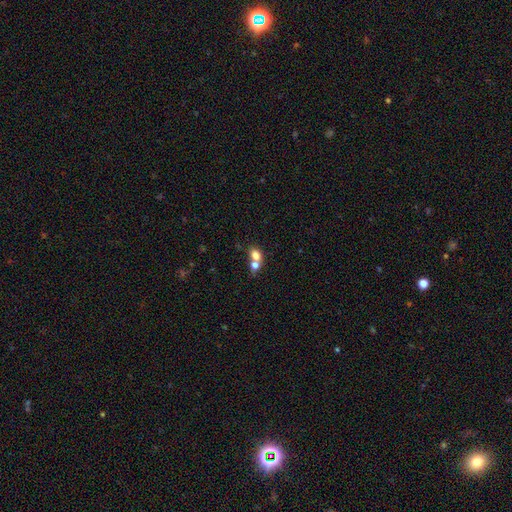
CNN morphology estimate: Smooth or featured? smooth (74%)
How rounded? in between (55%)
Merging? merger (57%)